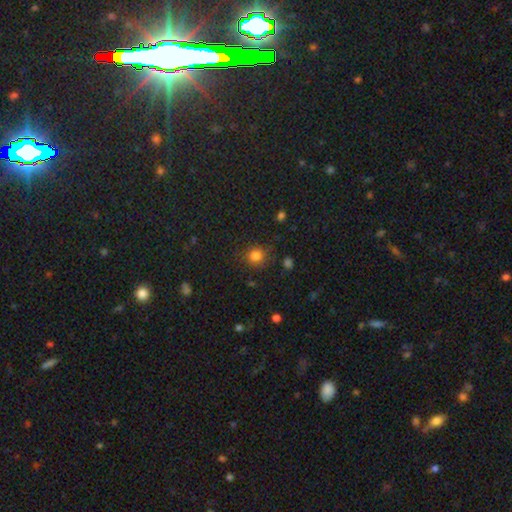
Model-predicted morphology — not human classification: The model was most divided on "smooth or featured": smooth: 80%, star or artifact: 14%, featured or disk: 5%. More confident: how rounded — round (86%); merging — none (80%).